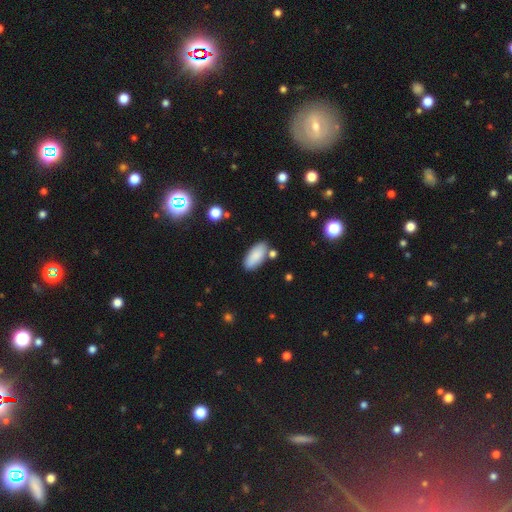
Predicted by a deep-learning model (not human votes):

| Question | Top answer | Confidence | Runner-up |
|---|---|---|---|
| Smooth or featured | smooth | 85% | featured or disk (8%) |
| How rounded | in between | 87% | cigar-shaped (11%) |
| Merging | none | 79% | minor disturbance (12%) |